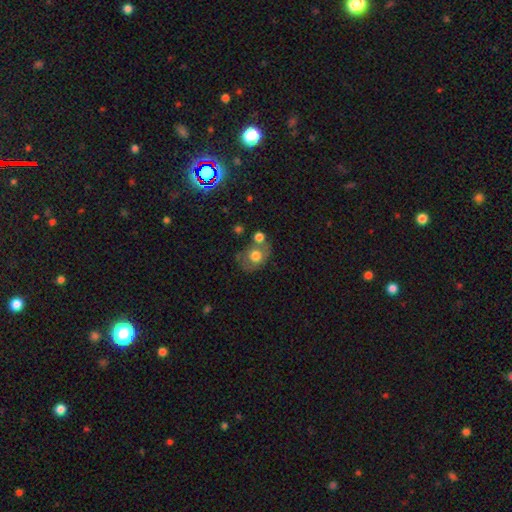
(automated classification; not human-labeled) smooth-or-featured: smooth: 63% | featured or disk: 28% | star or artifact: 9%
  how-rounded: round: 53% | in between: 46% | cigar-shaped: 1%
  merging: none: 52% | merger: 23% | minor disturbance: 18% | major disturbance: 7%